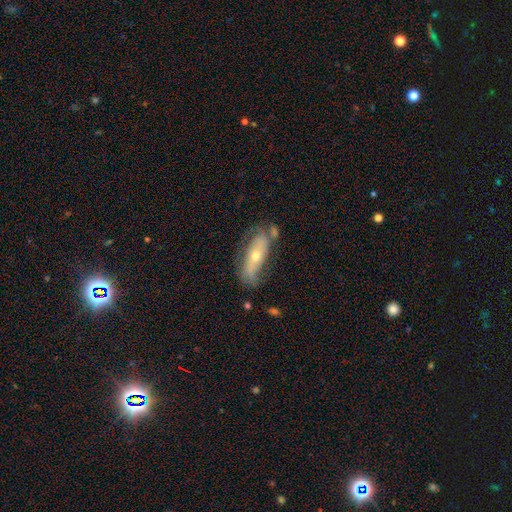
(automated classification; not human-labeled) Morphology: type=featured or disk (57%); edge-on=no (73%); merging=none (53%).